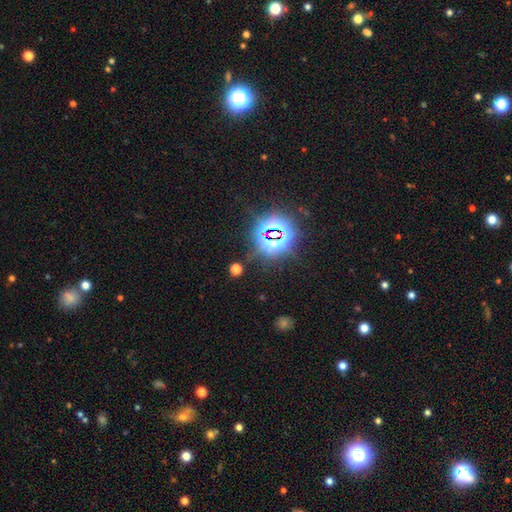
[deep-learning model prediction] Morphology: type=star or artifact (80%).